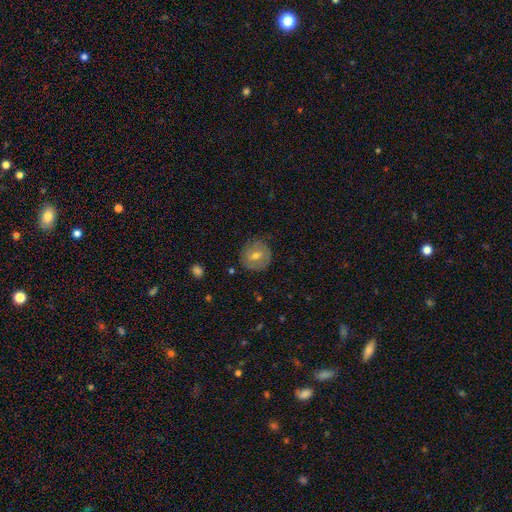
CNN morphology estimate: A smooth galaxy with no disk features (47%).

Vote fractions:
- Smooth or featured? smooth: 47% / featured or disk: 43% / star or artifact: 9%
- Merging? none: 81% / minor disturbance: 14% / major disturbance: 4% / merger: 1%